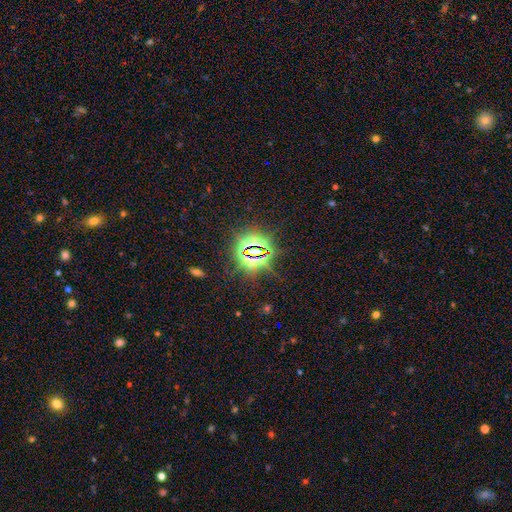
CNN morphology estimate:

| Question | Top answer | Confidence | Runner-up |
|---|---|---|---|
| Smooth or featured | star or artifact | 82% | smooth (10%) |